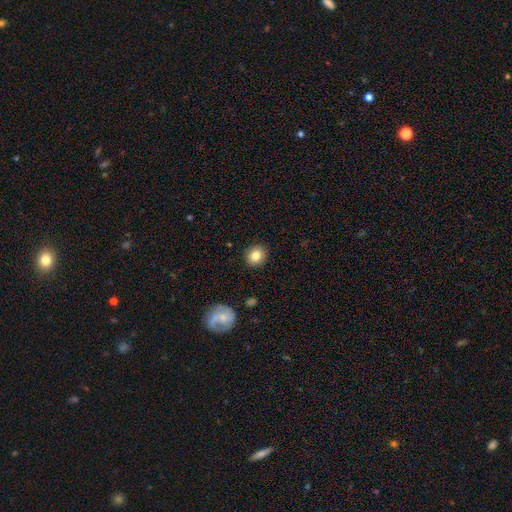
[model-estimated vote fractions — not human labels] Smooth or featured?
  - smooth: 83% *
  - star or artifact: 9%
  - featured or disk: 8%
How rounded?
  - round: 85% *
  - in between: 15%
  - cigar-shaped: 1%
Merging?
  - none: 90% *
  - minor disturbance: 6%
  - major disturbance: 2%
  - merger: 1%